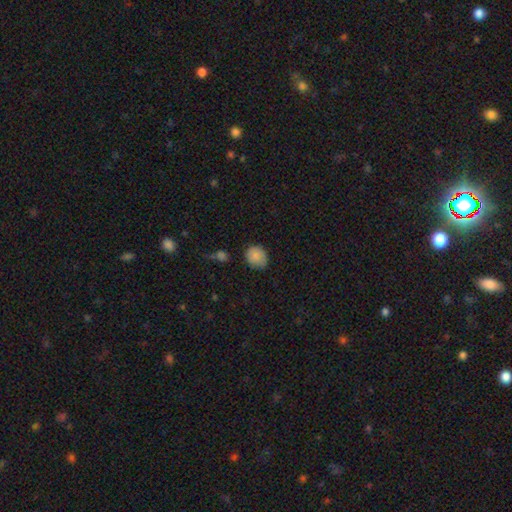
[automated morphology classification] smooth 86%, star or artifact 8%, featured or disk 6%. Down the decision tree: how rounded — round (65%); merging — none (72%).